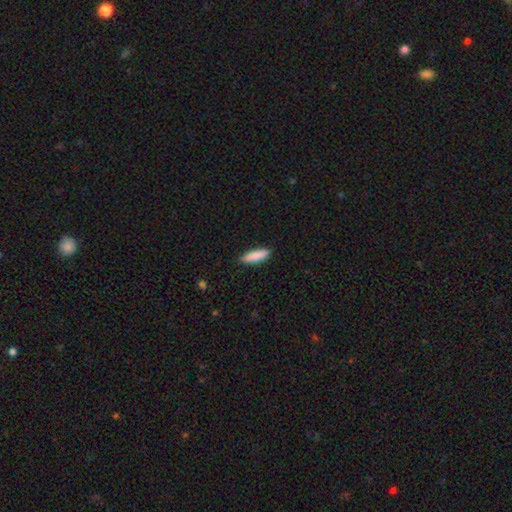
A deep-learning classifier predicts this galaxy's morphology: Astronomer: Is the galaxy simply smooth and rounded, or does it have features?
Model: smooth — 88%.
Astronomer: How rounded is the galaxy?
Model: cigar-shaped — 69%.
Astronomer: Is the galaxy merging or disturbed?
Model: none — 89%.